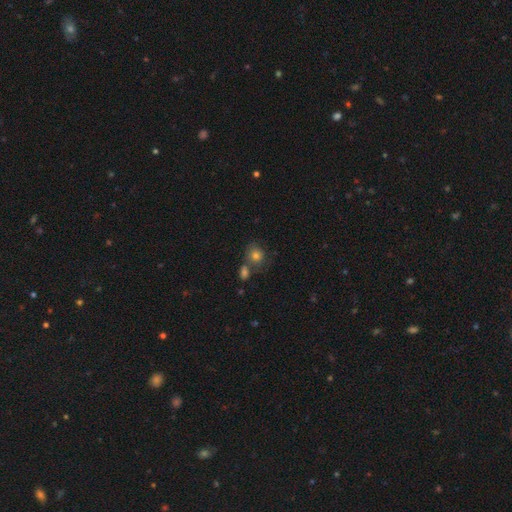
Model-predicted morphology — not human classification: A smooth galaxy with no disk features (76%) that is round (74%).

Vote fractions:
- Smooth or featured? smooth: 76% / star or artifact: 13% / featured or disk: 11%
- How rounded? round: 74% / in between: 25% / cigar-shaped: 1%
- Merging? none: 55% / merger: 28% / minor disturbance: 12% / major disturbance: 5%